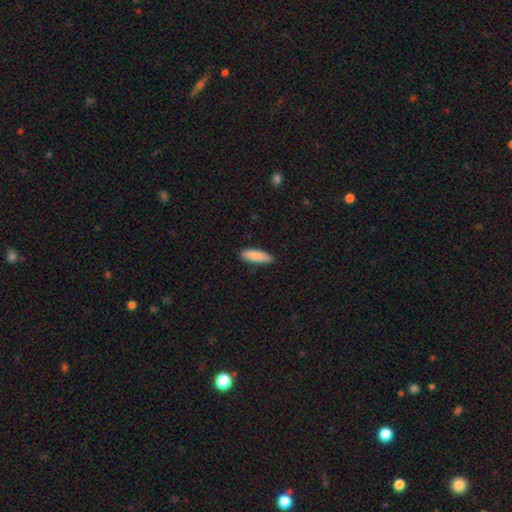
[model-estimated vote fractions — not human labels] A smooth galaxy with no disk features (88%) that is cigar-shaped (50%). Merging: none (84%).